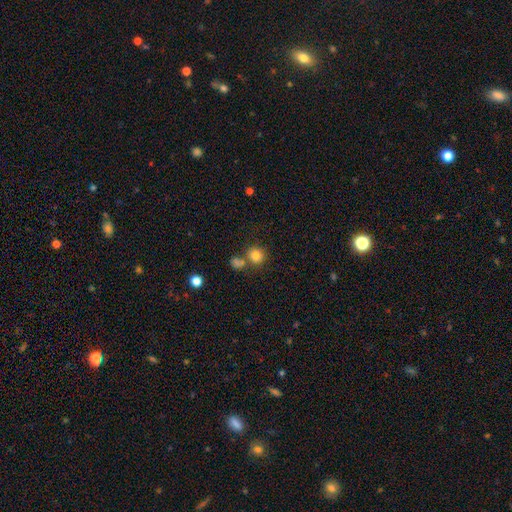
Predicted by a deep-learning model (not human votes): The model was most divided on "merging": none: 67%, merger: 20%, minor disturbance: 9%, major disturbance: 4%. More confident: how rounded — round (89%); smooth or featured — smooth (82%).